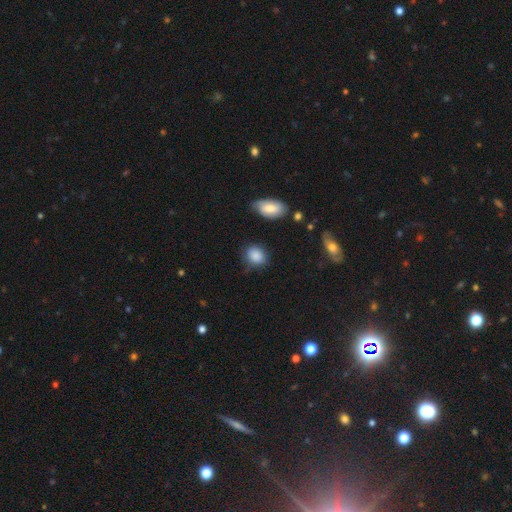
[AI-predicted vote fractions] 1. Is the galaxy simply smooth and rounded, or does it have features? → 87% smooth, 8% star or artifact, 5% featured or disk.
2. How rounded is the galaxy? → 50% round, 49% in between, 1% cigar-shaped.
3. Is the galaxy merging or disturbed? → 68% none, 23% minor disturbance, 6% major disturbance, 3% merger.